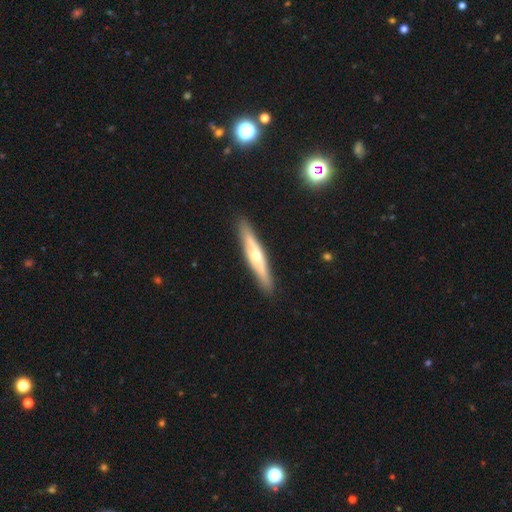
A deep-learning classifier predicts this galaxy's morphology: smooth_or_featured: featured or disk (p=0.65) [alt: smooth p=0.29]
disk_edge_on: yes (p=0.93) [alt: no p=0.07]
edge_on_bulge: rounded (p=0.87) [alt: none p=0.09]
merging: none (p=0.90) [alt: minor disturbance p=0.07]